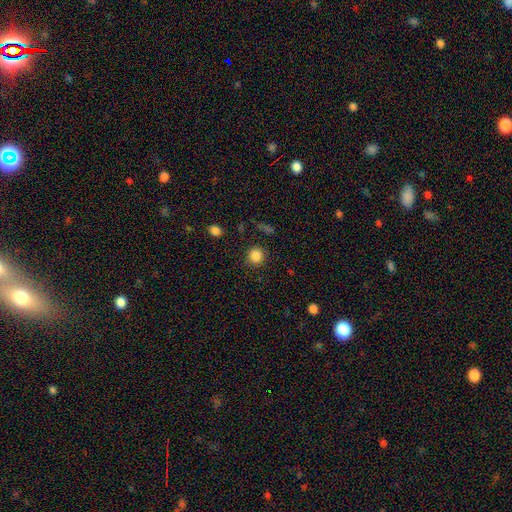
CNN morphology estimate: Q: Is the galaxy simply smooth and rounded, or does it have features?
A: smooth — 85%.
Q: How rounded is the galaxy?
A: round — 92%.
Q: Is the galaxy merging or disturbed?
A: none — 88%.